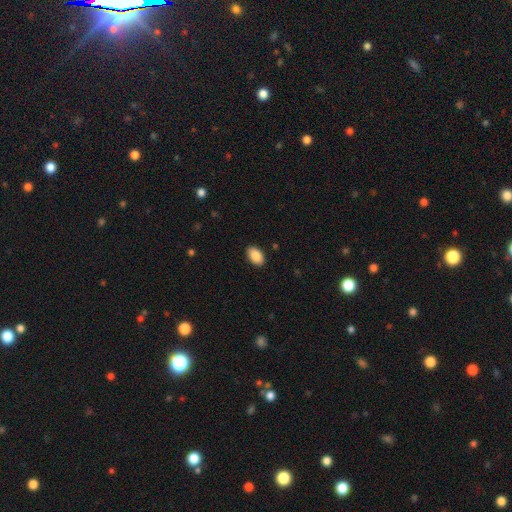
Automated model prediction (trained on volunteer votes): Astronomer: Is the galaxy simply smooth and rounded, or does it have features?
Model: smooth — 89%.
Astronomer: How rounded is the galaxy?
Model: in between — 92%.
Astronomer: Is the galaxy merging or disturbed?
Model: none — 89%.